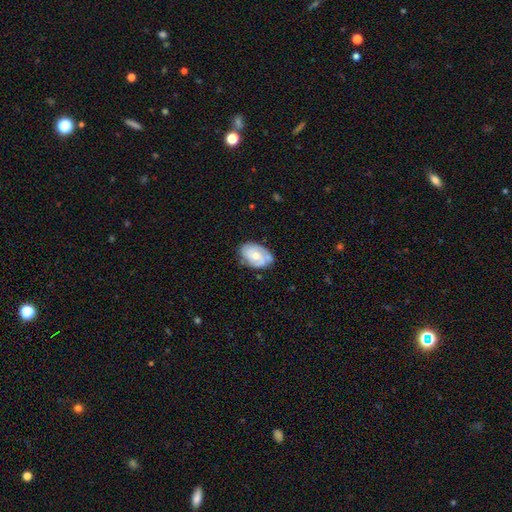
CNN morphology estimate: This is possibly a featured or disk galaxy (58%). It is clearly not viewed edge-on (96%). Bar: likely no (70%). Spiral arm pattern: clearly yes (83%). Central bulge: possibly moderate (50%). Merging: likely none (68%).